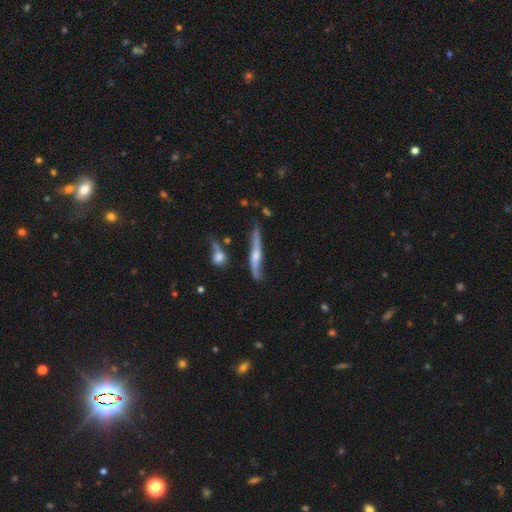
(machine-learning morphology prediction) Overall: featured or disk (69%). Edge-on disk: yes (81%). Edge-on bulge: rounded (73%). Merging: none (59%; minor disturbance 26%).